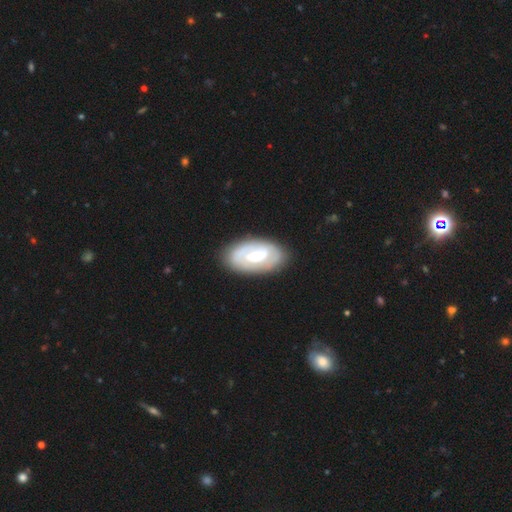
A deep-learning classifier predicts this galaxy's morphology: featured or disk 67%, smooth 28%, star or artifact 5%. Down the decision tree: edge-on disk — no (94%); bar — weak (44%); spiral arms — yes (65%); bulge size — moderate (60%); merging — none (82%).